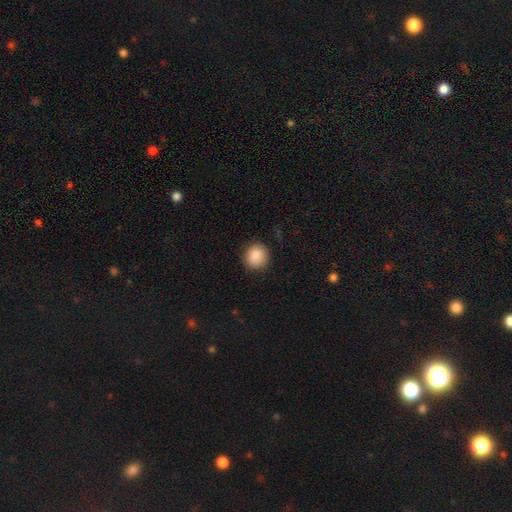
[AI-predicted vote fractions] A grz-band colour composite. It shows a smooth galaxy with no disk features (88%) that is round (89%). Merging: none (88%).